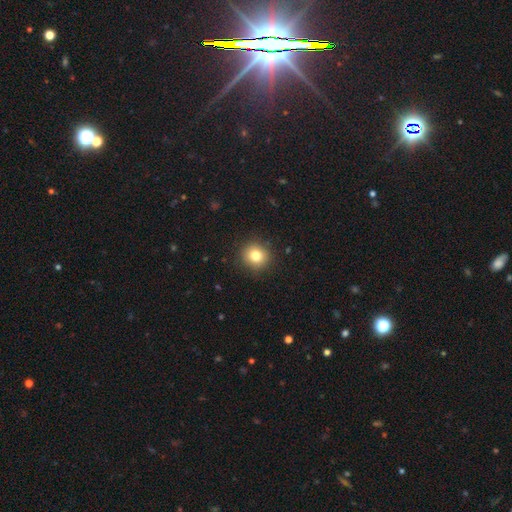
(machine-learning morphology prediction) A smooth galaxy with no disk features (81%) that is round (90%). Merging: none (90%).